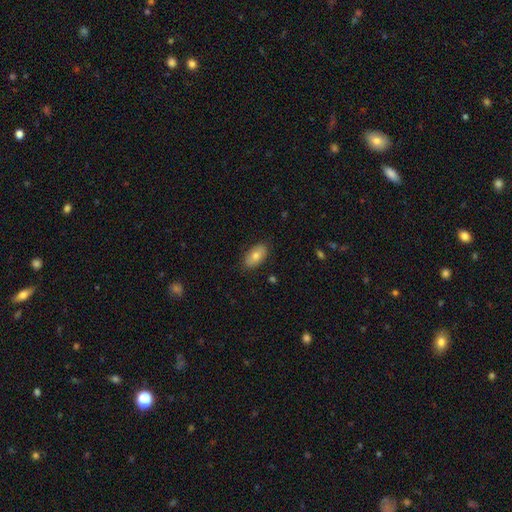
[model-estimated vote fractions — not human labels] The model was most divided on "smooth or featured": smooth: 76%, featured or disk: 18%, star or artifact: 7%. More confident: how rounded — in between (93%); merging — none (85%).